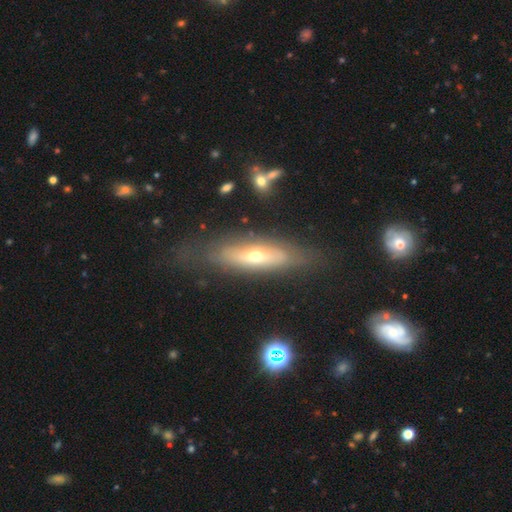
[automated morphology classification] smooth-or-featured: featured or disk: 58% | smooth: 34% | star or artifact: 8%
  disk-edge-on: yes: 58% | no: 42%
  merging: none: 73% | minor disturbance: 17% | major disturbance: 7% | merger: 3%